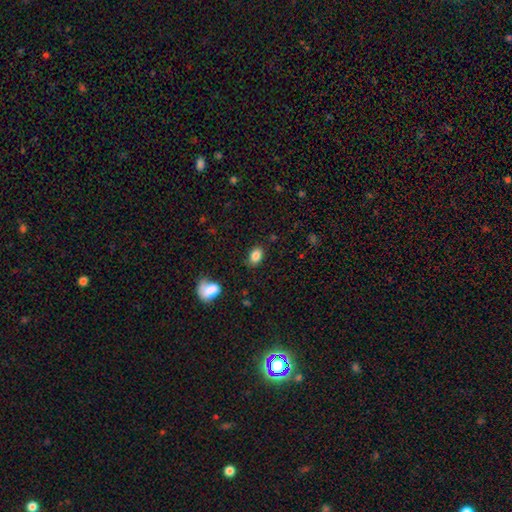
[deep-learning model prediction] A smooth galaxy with no disk features (86%) that is in between round and cigar-shaped (81%).

Vote fractions:
- Smooth or featured? smooth: 86% / star or artifact: 9% / featured or disk: 5%
- How rounded? in between: 81% / round: 18% / cigar-shaped: 1%
- Merging? none: 82% / minor disturbance: 13% / major disturbance: 3% / merger: 2%